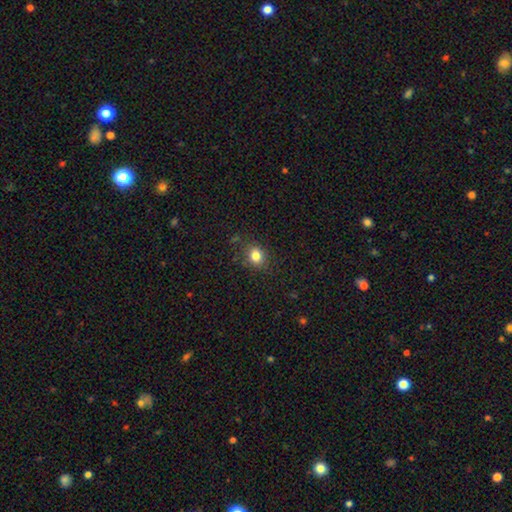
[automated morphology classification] A smooth galaxy with no disk features (82%) that is round (65%). Merging: none (83%).